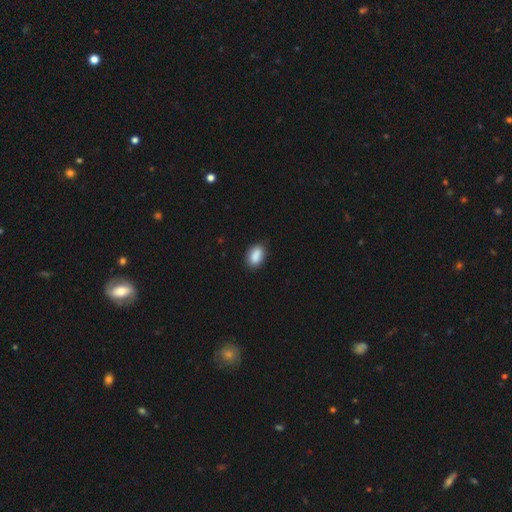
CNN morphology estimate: Smooth or featured? Predicted: smooth (p=0.89). How rounded? Predicted: in between (p=0.88). Merging? Predicted: none (p=0.83).